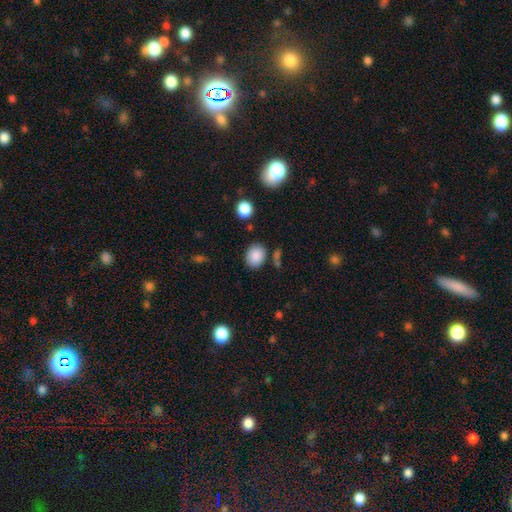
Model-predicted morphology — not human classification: Smooth or featured?
  - smooth: 87% *
  - star or artifact: 9%
  - featured or disk: 5%
How rounded?
  - in between: 50% *
  - round: 49%
  - cigar-shaped: 1%
Merging?
  - none: 79% *
  - minor disturbance: 12%
  - merger: 5%
  - major disturbance: 4%